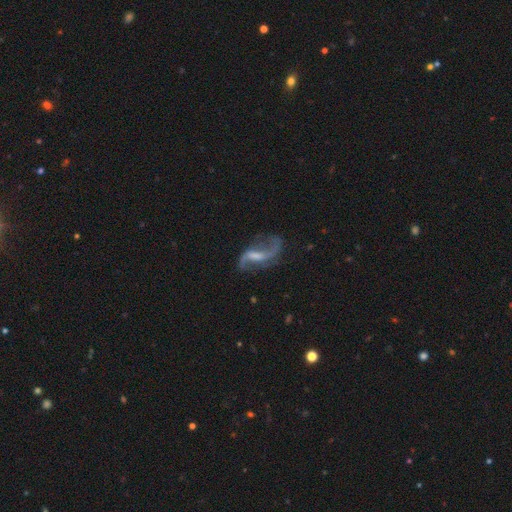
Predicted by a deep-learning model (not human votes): Smooth or featured?
  - featured or disk: 88% *
  - smooth: 6%
  - star or artifact: 6%
Edge-on disk?
  - no: 96% *
  - yes: 4%
Bar?
  - weak: 52% *
  - strong: 27%
  - no: 21%
Spiral arms?
  - yes: 95% *
  - no: 5%
Spiral winding?
  - loose: 85% *
  - medium: 12%
  - tight: 3%
Spiral arm count?
  - 2: 91% *
  - 1: 4%
  - can't tell: 2%
  - 3: 1%
  - 4: 1%
  - more than 4: 1%
Bulge size?
  - small: 38% *
  - none: 31%
  - moderate: 26%
  - large: 4%
  - dominant: 1%
Merging?
  - none: 69% *
  - minor disturbance: 16%
  - major disturbance: 12%
  - merger: 3%